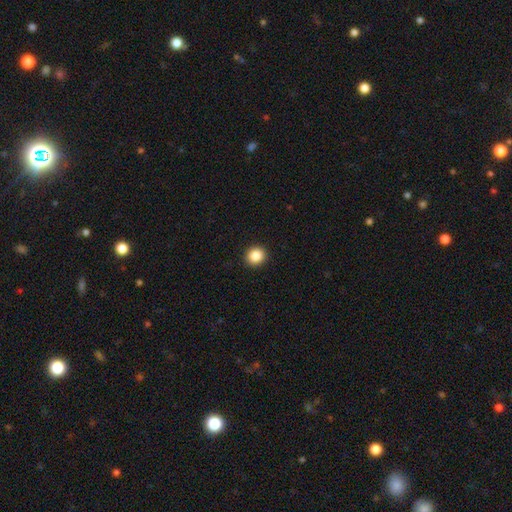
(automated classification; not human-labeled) Smooth or featured? smooth (86%)
How rounded? round (86%)
Merging? none (92%)